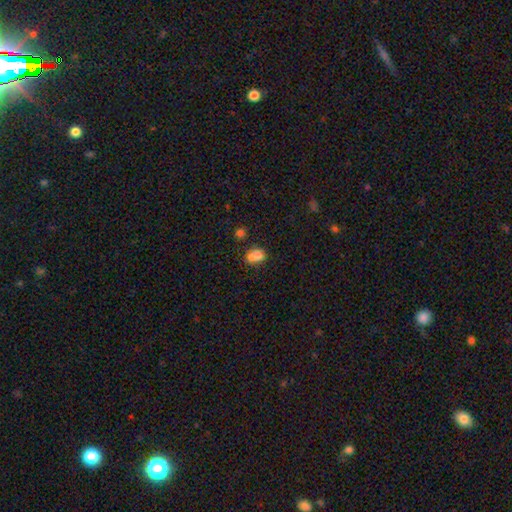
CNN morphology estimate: Smooth or featured: smooth — 69% (featured or disk — 19%)
How rounded: round — 64% (in between — 35%)
Merging: merger — 62% (none — 27%)